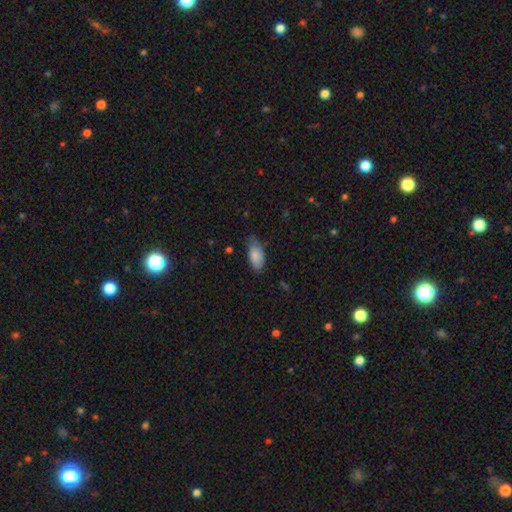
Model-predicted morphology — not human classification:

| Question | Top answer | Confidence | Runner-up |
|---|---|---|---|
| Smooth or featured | smooth | 83% | featured or disk (11%) |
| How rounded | in between | 91% | cigar-shaped (7%) |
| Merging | none | 61% | minor disturbance (32%) |